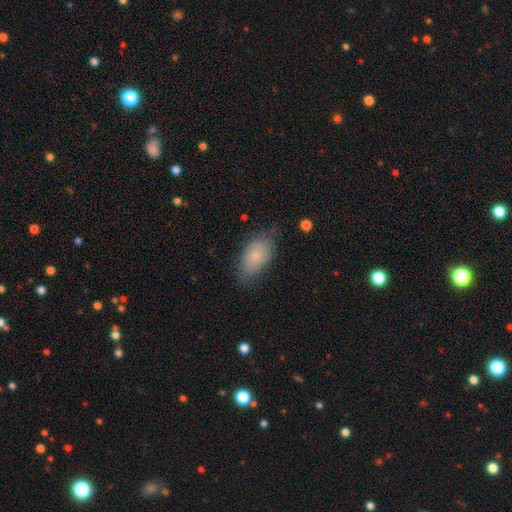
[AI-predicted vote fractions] smooth 75%, featured or disk 18%, star or artifact 7%. Down the decision tree: how rounded — in between (92%); merging — none (62%).